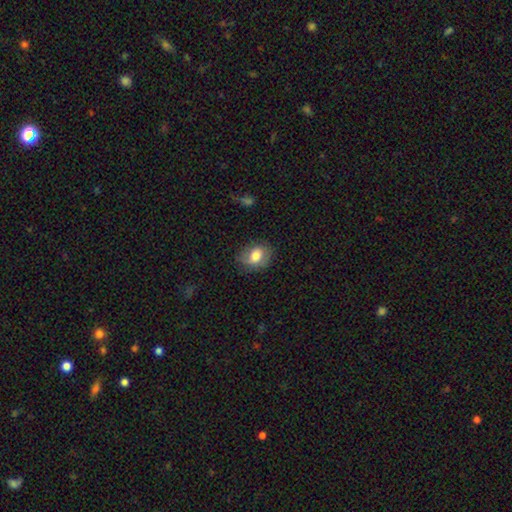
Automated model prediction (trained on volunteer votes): smooth 74%, featured or disk 18%, star or artifact 8%. Down the decision tree: how rounded — in between (65%); merging — none (67%).